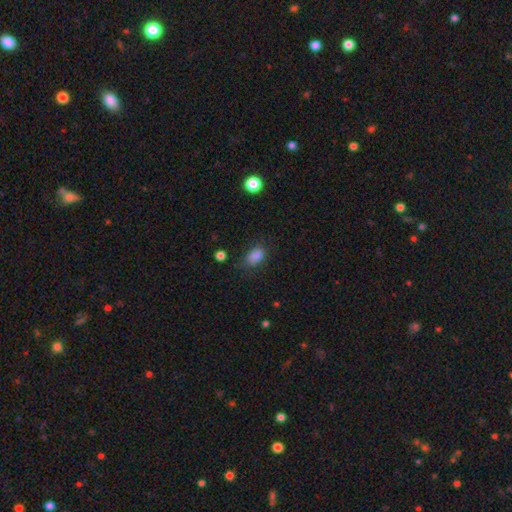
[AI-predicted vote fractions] A smooth galaxy with no disk features (84%) that is in between round and cigar-shaped (82%). Merging: none (70%).